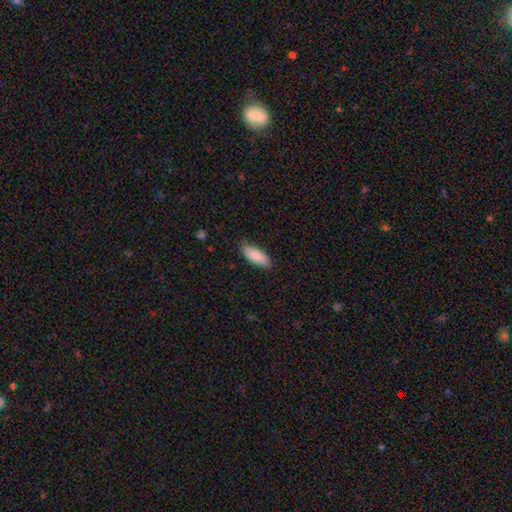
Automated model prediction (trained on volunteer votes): Smooth or featured: smooth — 85% (featured or disk — 9%)
How rounded: in between — 81% (cigar-shaped — 18%)
Merging: none — 81% (minor disturbance — 15%)